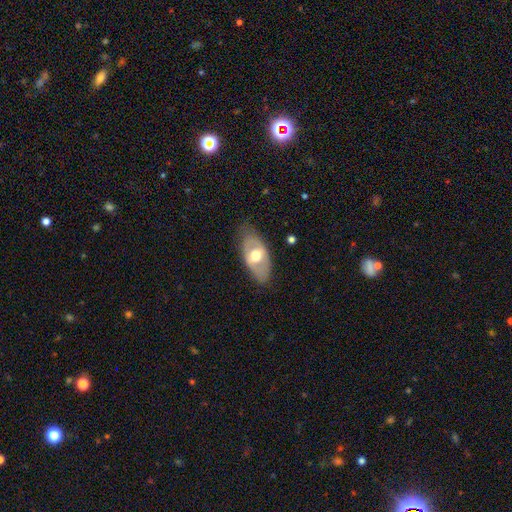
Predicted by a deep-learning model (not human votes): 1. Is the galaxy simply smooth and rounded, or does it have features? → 51% featured or disk, 43% smooth, 6% star or artifact.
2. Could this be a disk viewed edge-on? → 82% no, 18% yes.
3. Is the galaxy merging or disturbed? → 73% none, 19% minor disturbance, 6% major disturbance, 1% merger.